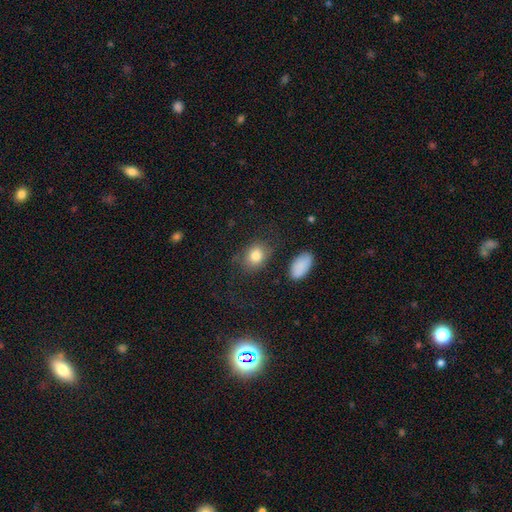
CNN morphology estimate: smooth-or-featured: smooth: 82% | star or artifact: 9% | featured or disk: 9%
  how-rounded: in between: 59% | round: 40% | cigar-shaped: 1%
  merging: none: 71% | minor disturbance: 17% | major disturbance: 8% | merger: 4%